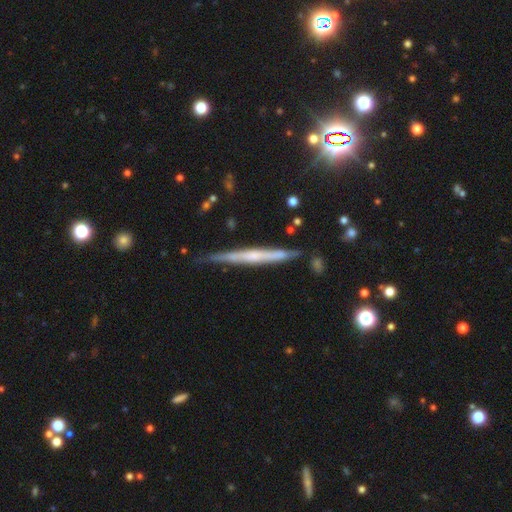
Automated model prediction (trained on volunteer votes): This is likely a featured or disk galaxy (64%). It is clearly viewed edge-on (96%). Edge-on bulge: possibly none (56%). Merging: likely none (79%).